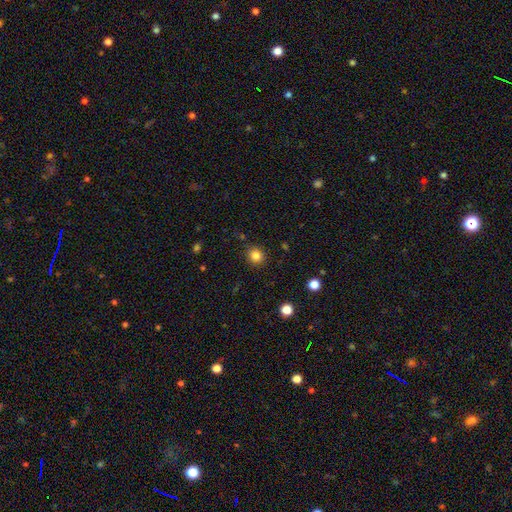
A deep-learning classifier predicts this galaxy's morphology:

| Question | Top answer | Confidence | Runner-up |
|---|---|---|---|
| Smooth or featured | smooth | 83% | star or artifact (12%) |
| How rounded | round | 86% | in between (13%) |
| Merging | none | 89% | minor disturbance (7%) |